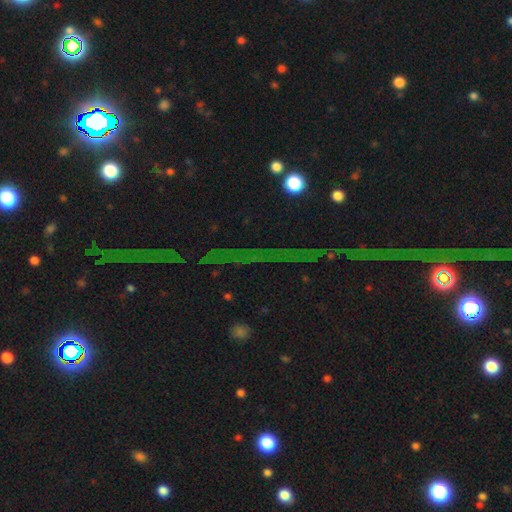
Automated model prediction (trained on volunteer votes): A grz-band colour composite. It shows a star or artifact, not a galaxy (79%).